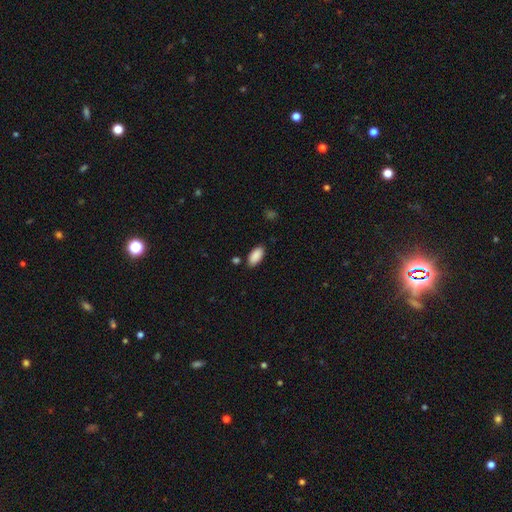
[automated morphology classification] Smooth or featured? smooth (90%)
How rounded? in between (93%)
Merging? none (84%)